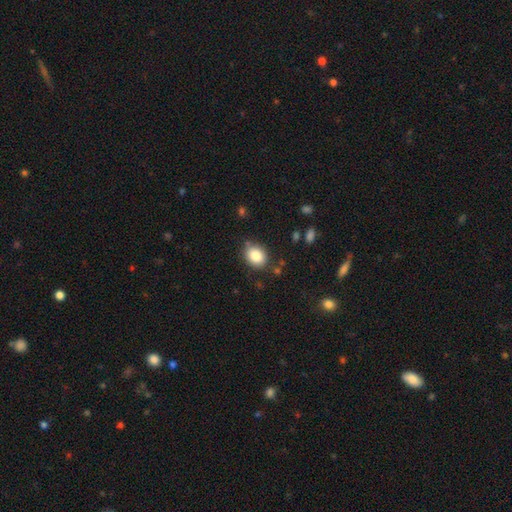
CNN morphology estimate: smooth_or_featured: smooth (p=0.85) [alt: star or artifact p=0.09]
how_rounded: in between (p=0.50) [alt: round p=0.49]
merging: none (p=0.80) [alt: minor disturbance p=0.14]